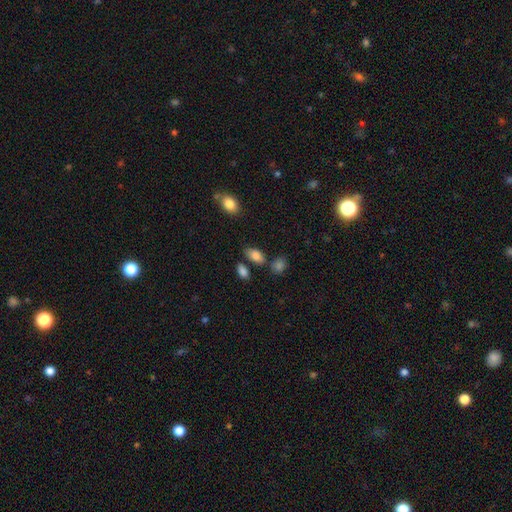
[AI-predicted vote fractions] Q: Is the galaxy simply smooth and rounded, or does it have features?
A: smooth — 85%.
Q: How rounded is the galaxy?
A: in between — 91%.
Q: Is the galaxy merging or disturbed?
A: none — 72%.